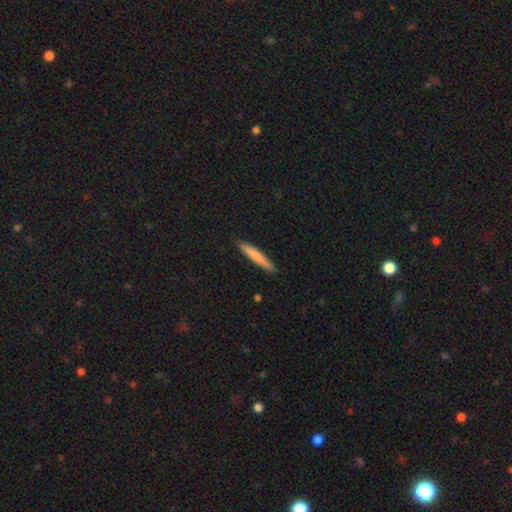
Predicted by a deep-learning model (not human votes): Overall: smooth (78%). How rounded: cigar-shaped (95%). Merging: none (91%).